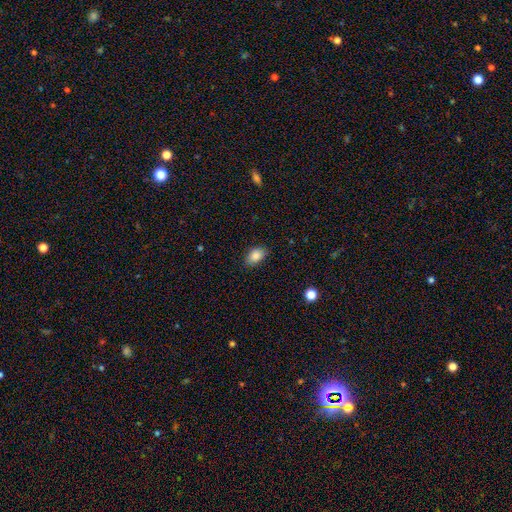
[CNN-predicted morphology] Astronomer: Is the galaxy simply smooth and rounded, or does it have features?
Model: smooth — 86%.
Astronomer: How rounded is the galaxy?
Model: in between — 85%.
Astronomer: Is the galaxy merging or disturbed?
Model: none — 82%.